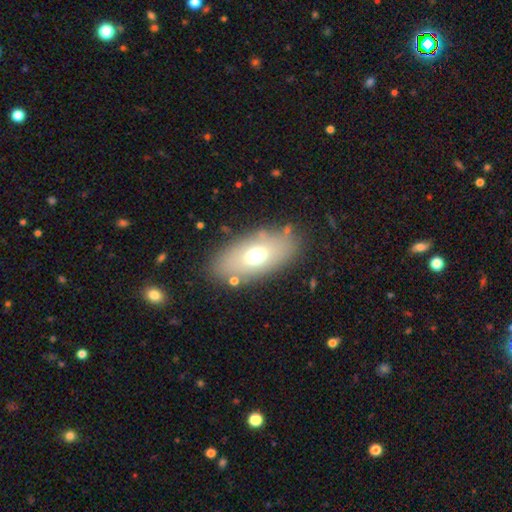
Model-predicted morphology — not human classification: A smooth galaxy with no disk features (63%) that is in between round and cigar-shaped (85%). Merging: none (79%).